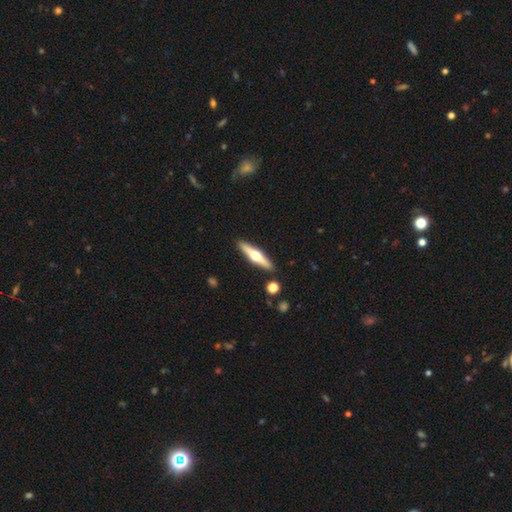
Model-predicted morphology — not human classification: Overall: featured or disk (66%; smooth 29%). Edge-on disk: yes (96%). Edge-on bulge: rounded (96%). Merging: none (90%).